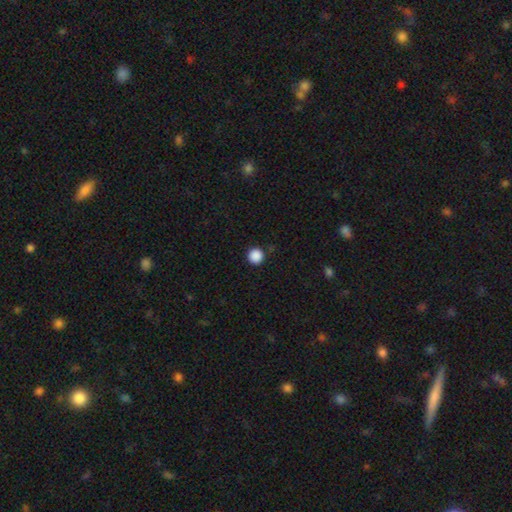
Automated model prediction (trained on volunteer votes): Overall: smooth (88%). How rounded: round (96%). Merging: none (92%).